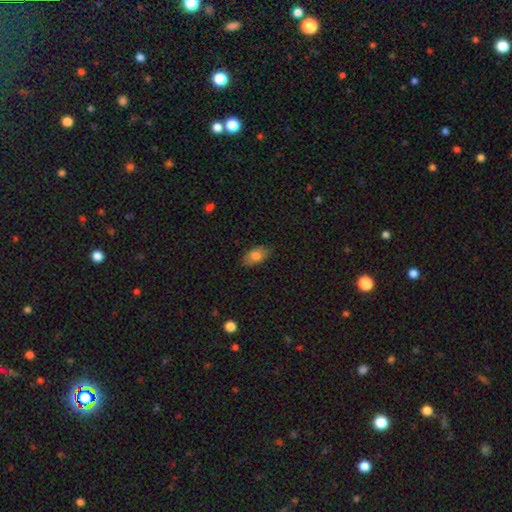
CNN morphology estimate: This is likely a smooth galaxy (80%). How rounded: clearly in between (91%). Merging: likely none (79%).